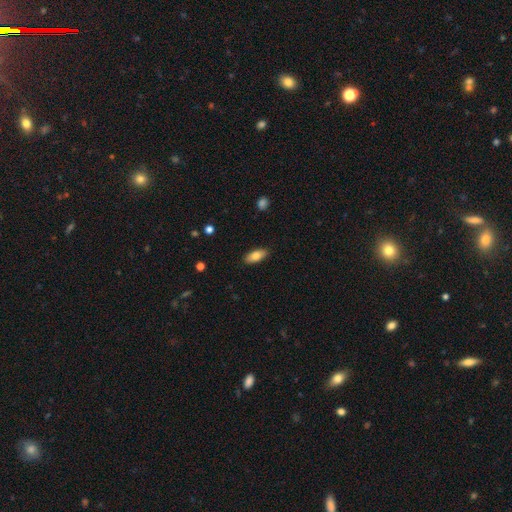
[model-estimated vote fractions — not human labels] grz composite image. It shows a smooth galaxy with no disk features (80%) that is in between round and cigar-shaped (84%). Merging: none (89%).